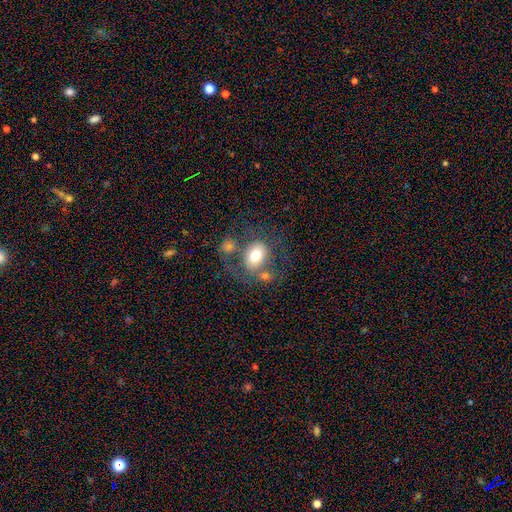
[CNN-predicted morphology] A smooth galaxy with no disk features (68%) that is in between round and cigar-shaped (50%).

Vote fractions:
- Smooth or featured? smooth: 68% / featured or disk: 23% / star or artifact: 9%
- How rounded? in between: 50% / round: 49% / cigar-shaped: 1%
- Merging? none: 44% / merger: 27% / minor disturbance: 15% / major disturbance: 14%